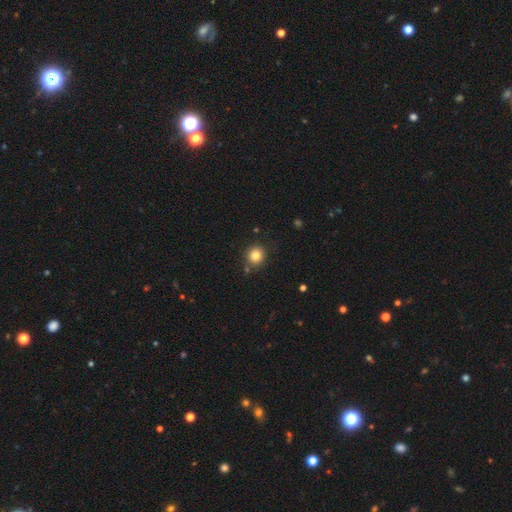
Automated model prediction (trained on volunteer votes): Smooth or featured? Predicted: smooth (p=0.82). How rounded? Predicted: round (p=0.92). Merging? Predicted: none (p=0.85).